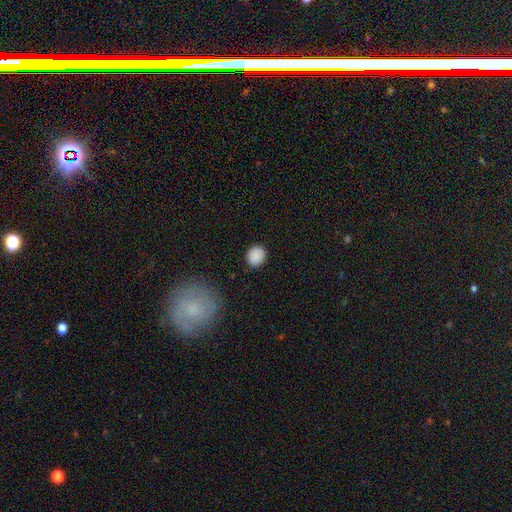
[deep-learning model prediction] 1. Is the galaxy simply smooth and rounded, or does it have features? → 88% smooth, 9% star or artifact, 3% featured or disk.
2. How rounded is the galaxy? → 69% round, 30% in between, 1% cigar-shaped.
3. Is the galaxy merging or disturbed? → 88% none, 8% minor disturbance, 2% major disturbance, 1% merger.